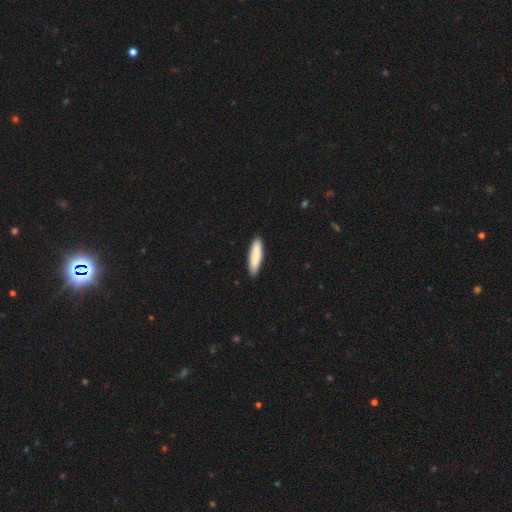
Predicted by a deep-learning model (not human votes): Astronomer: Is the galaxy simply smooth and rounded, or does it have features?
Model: smooth — 84%.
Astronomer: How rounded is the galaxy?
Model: cigar-shaped — 77%.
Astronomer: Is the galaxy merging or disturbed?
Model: none — 90%.